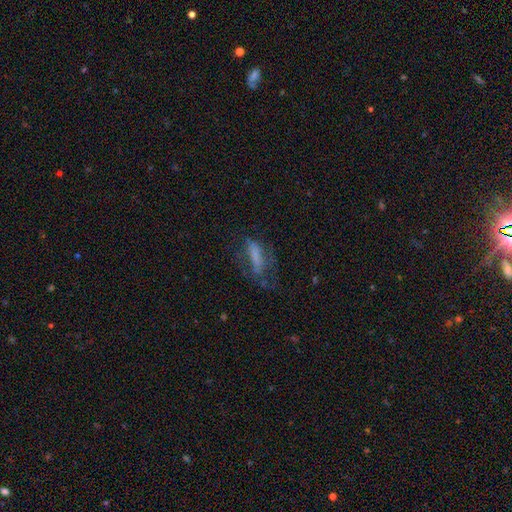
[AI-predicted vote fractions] A smooth galaxy with no disk features (48%). Merging: none (39%).